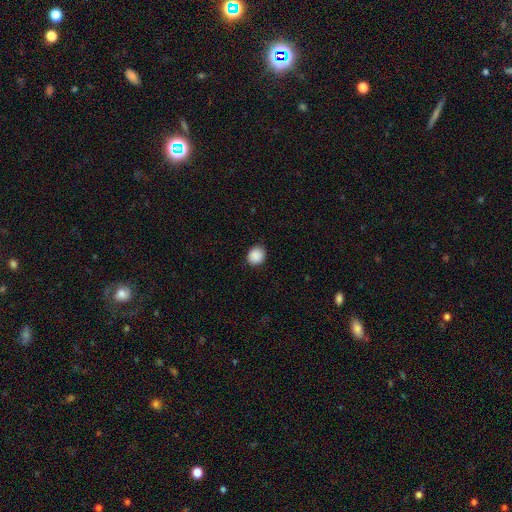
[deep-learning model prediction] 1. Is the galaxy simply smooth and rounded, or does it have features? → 89% smooth, 8% star or artifact, 2% featured or disk.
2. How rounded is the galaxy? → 78% round, 21% in between, 1% cigar-shaped.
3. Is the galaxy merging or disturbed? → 87% none, 10% minor disturbance, 2% major disturbance, 1% merger.